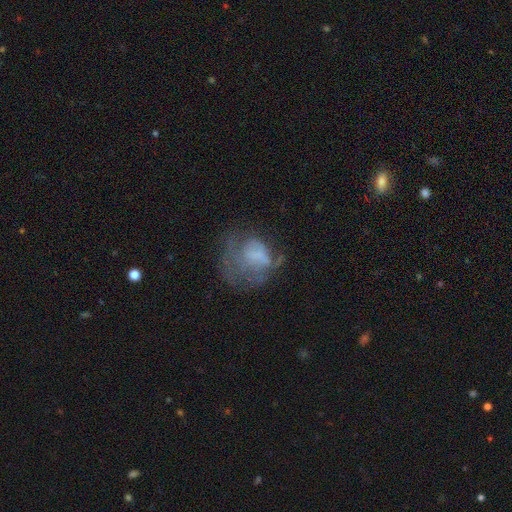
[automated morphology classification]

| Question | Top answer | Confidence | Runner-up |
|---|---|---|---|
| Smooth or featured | featured or disk | 48% | smooth (38%) |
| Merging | major disturbance | 44% | none (31%) |